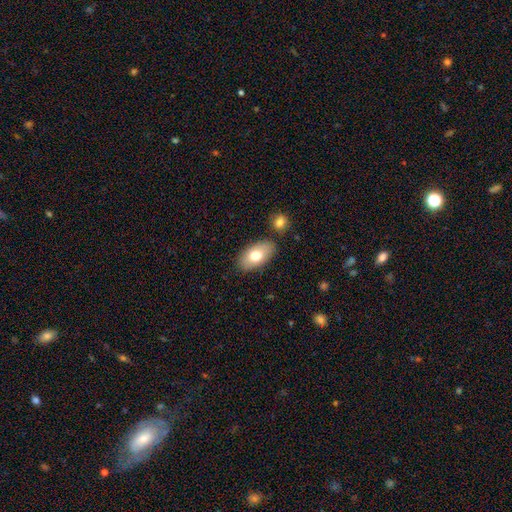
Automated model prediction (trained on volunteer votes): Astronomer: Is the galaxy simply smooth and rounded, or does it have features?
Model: smooth — 73%.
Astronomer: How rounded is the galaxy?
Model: in between — 93%.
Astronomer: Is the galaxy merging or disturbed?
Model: none — 82%.